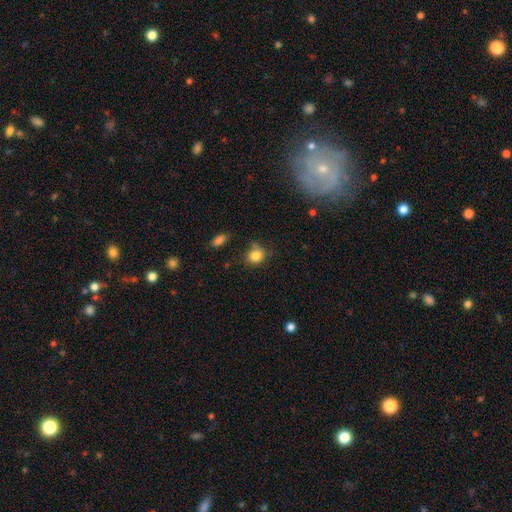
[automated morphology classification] smooth_or_featured: smooth (p=0.83) [alt: star or artifact p=0.11]
how_rounded: round (p=0.73) [alt: in between p=0.26]
merging: none (p=0.66) [alt: minor disturbance p=0.23]